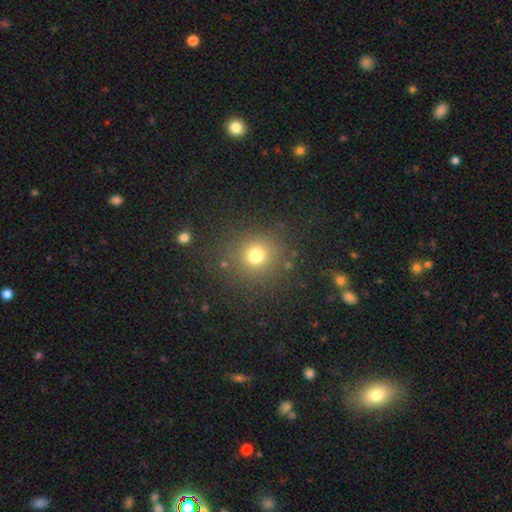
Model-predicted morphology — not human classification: This appears to be a smooth galaxy with no disk features (73%) that is round (89%). Merging: none (85%).